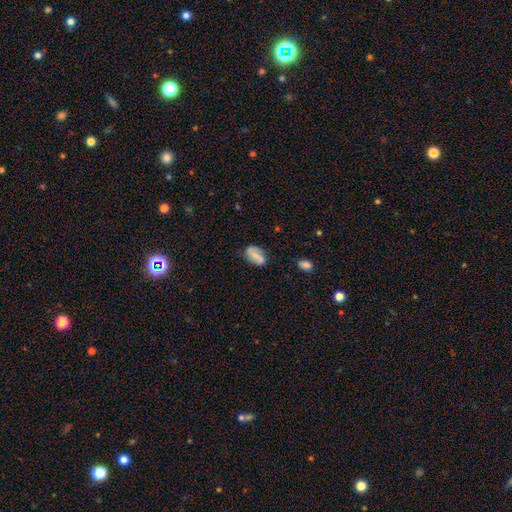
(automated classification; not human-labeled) Q: Smooth or featured?
A: smooth (62%); runner-up: featured or disk (29%)
Q: How rounded?
A: in between (89%); runner-up: round (7%)
Q: Merging?
A: none (64%); runner-up: minor disturbance (23%)